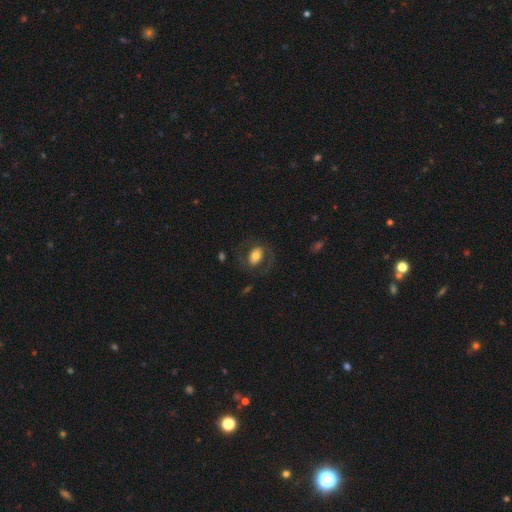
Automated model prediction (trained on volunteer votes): Smooth or featured? smooth (54%)
How rounded? in between (77%)
Merging? none (68%)